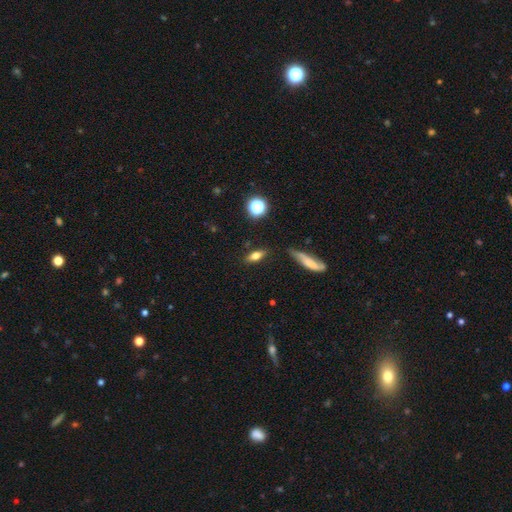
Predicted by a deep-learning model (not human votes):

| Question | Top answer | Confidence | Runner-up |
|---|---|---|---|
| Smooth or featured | smooth | 68% | featured or disk (22%) |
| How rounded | in between | 65% | cigar-shaped (28%) |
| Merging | none | 79% | minor disturbance (13%) |